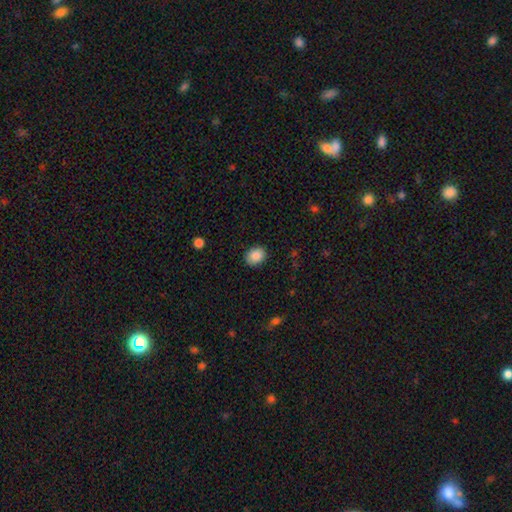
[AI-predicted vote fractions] Smooth or featured: smooth — 88% (star or artifact — 8%)
How rounded: round — 50% (in between — 49%)
Merging: none — 87% (minor disturbance — 9%)